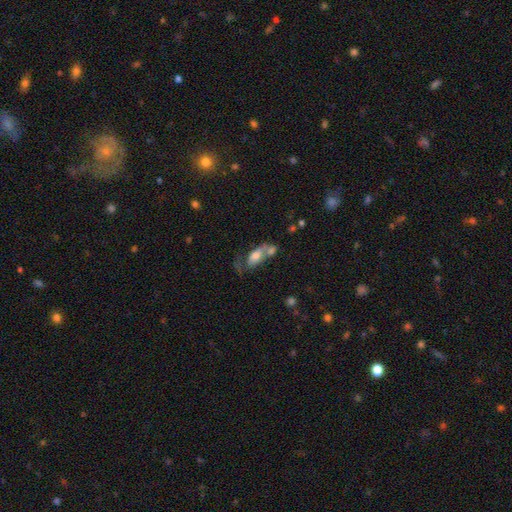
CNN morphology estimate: smooth 61%, featured or disk 30%, star or artifact 9%. Down the decision tree: how rounded — in between (82%); merging — merger (45%).